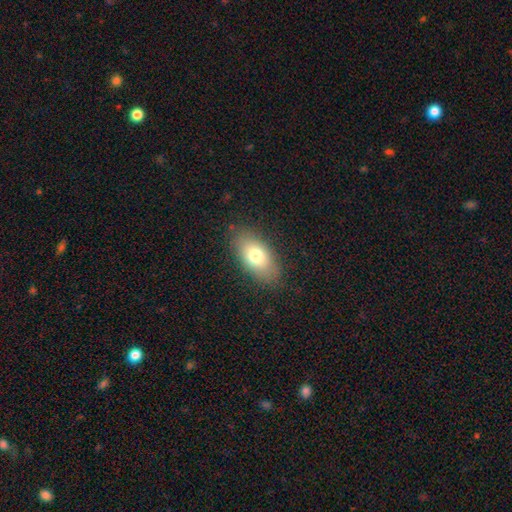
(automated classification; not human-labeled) Overall: smooth (75%). How rounded: in between (89%). Merging: none (83%).